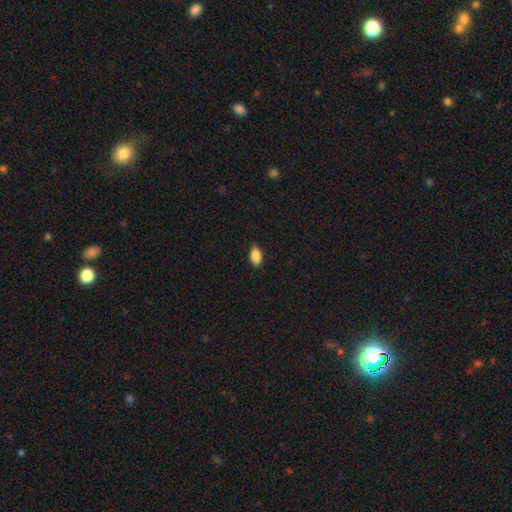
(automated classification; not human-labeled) Morphology: type=smooth (89%); roundness=in between (92%); merging=none (87%).